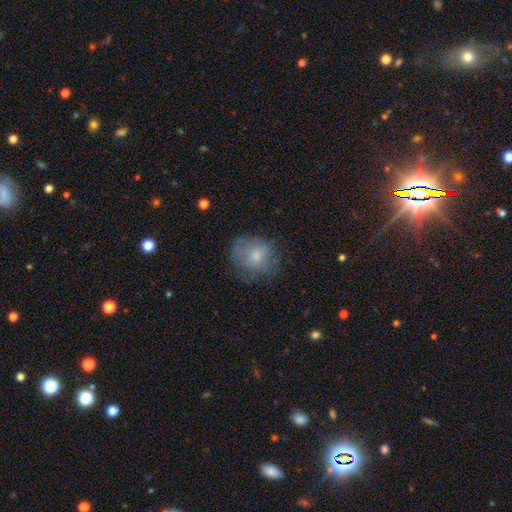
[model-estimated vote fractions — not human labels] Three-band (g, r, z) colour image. It shows a smooth galaxy with no disk features (66%) that is round (68%). Merging: none (58%).